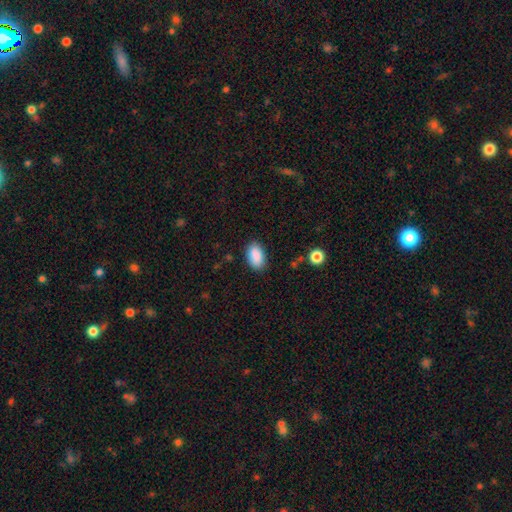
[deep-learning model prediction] This is clearly a smooth galaxy (89%). How rounded: clearly in between (93%). Merging: clearly none (85%).